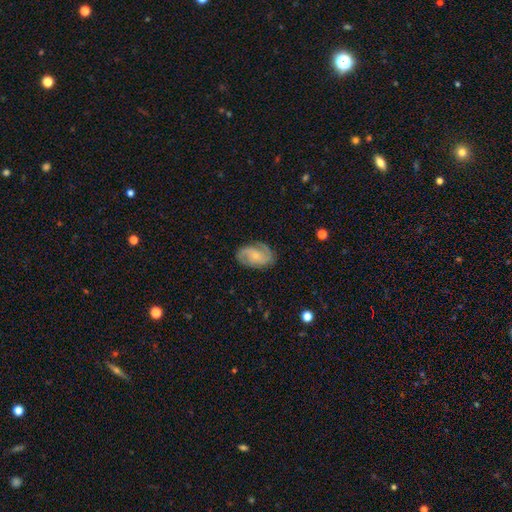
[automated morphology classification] Smooth or featured? Predicted: featured or disk (p=0.78). Edge-on disk? Predicted: no (p=0.97). Bar? Predicted: no (p=0.66). Spiral arms? Predicted: yes (p=0.95). Spiral winding? Predicted: medium (p=0.47). Spiral arm count? Predicted: 2 (p=0.70). Bulge size? Predicted: small (p=0.68). Merging? Predicted: none (p=0.77).